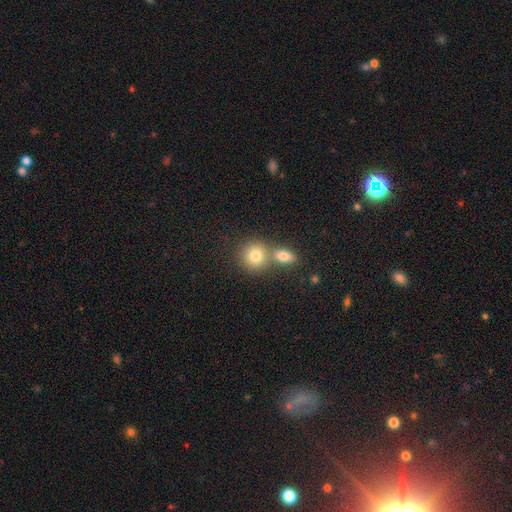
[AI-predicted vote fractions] Morphology: type=smooth (79%); roundness=round (84%); merging=none (51%).